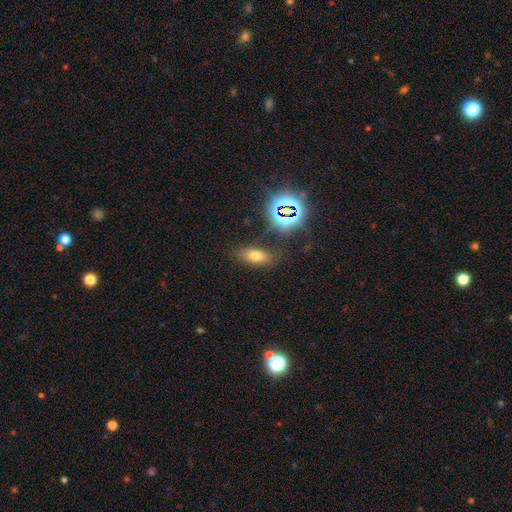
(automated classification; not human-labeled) smooth_or_featured: smooth (p=0.64) [alt: star or artifact p=0.24]
how_rounded: in between (p=0.79) [alt: cigar-shaped p=0.13]
merging: none (p=0.79) [alt: minor disturbance p=0.12]